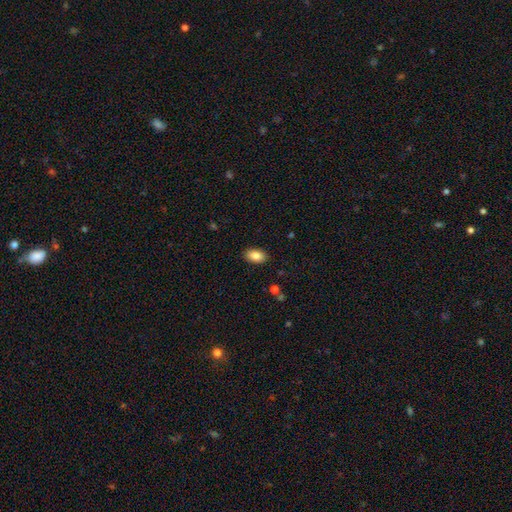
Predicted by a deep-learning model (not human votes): This is clearly a smooth galaxy (85%). How rounded: clearly in between (92%). Merging: clearly none (89%).